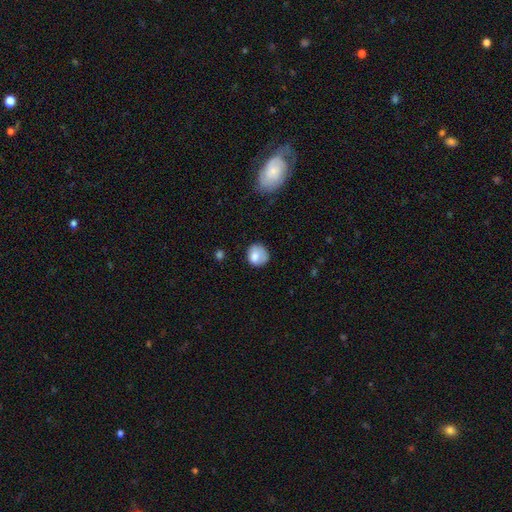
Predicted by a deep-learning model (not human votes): A smooth galaxy with no disk features (78%) that is round (77%).

Vote fractions:
- Smooth or featured? smooth: 78% / featured or disk: 13% / star or artifact: 9%
- How rounded? round: 77% / in between: 22% / cigar-shaped: 1%
- Merging? none: 60% / minor disturbance: 27% / major disturbance: 10% / merger: 3%